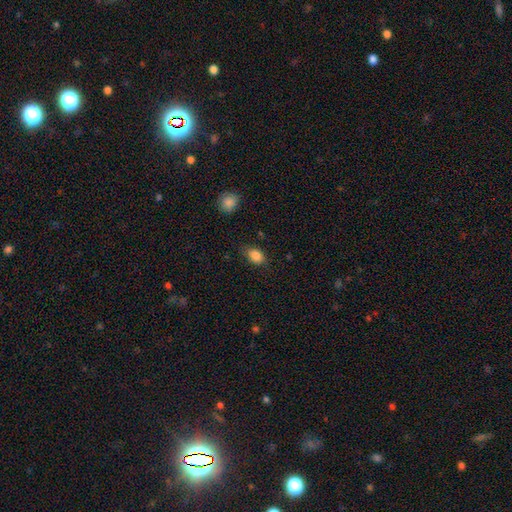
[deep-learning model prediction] This appears to be a smooth galaxy with no disk features (87%) that is in between round and cigar-shaped (80%). Merging: none (73%).